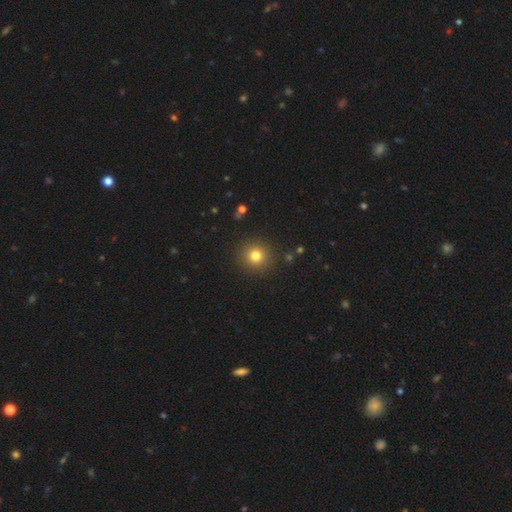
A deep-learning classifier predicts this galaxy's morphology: type=smooth (79%); roundness=round (93%); merging=none (91%).